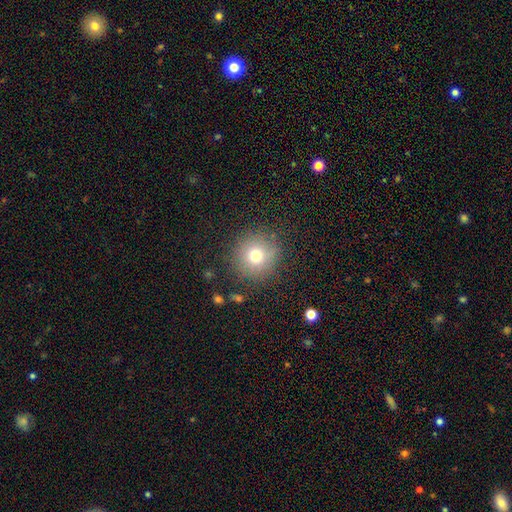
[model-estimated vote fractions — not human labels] Smooth or featured? smooth (73%)
How rounded? round (93%)
Merging? none (85%)